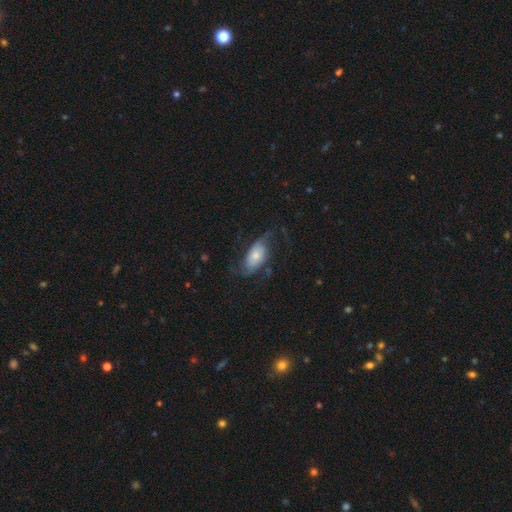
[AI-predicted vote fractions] Overall: featured or disk (61%; smooth 32%). Edge-on disk: no (93%). Bar: no (68%). Spiral arms: yes (87%). Bulge size: small (42%; moderate 39%). Merging: none (51%; major disturbance 26%).